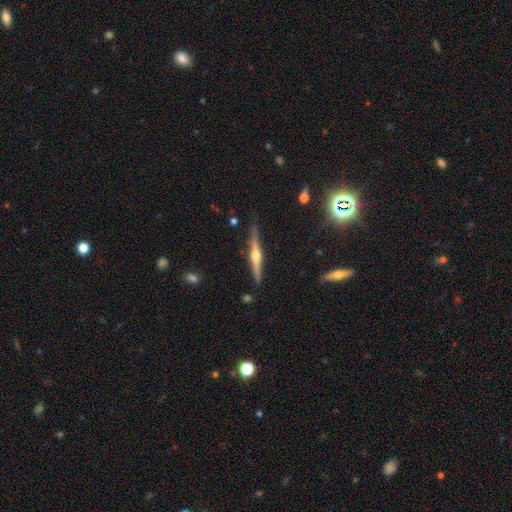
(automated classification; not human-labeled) smooth_or_featured: featured or disk (p=0.74) [alt: smooth p=0.20]
disk_edge_on: yes (p=0.98) [alt: no p=0.02]
edge_on_bulge: rounded (p=0.91) [alt: none p=0.05]
merging: none (p=0.84) [alt: minor disturbance p=0.12]